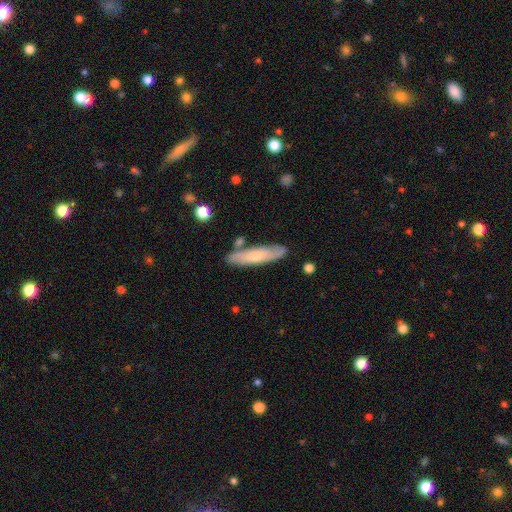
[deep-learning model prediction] smooth_or_featured: smooth (p=0.62) [alt: featured or disk p=0.33]
how_rounded: cigar-shaped (p=0.79) [alt: in between p=0.20]
merging: none (p=0.78) [alt: minor disturbance p=0.14]